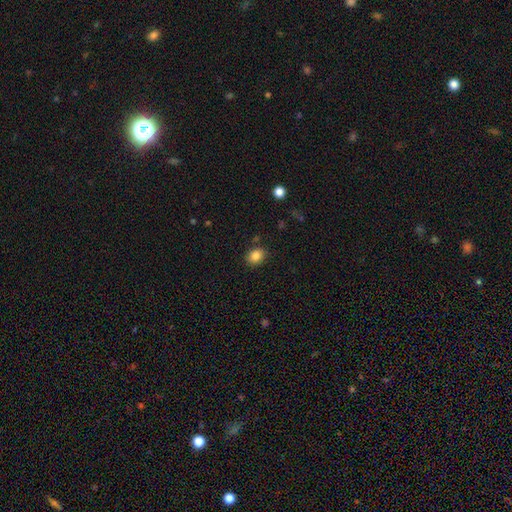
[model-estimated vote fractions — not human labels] smooth-or-featured: smooth: 84% | star or artifact: 10% | featured or disk: 6%
  how-rounded: round: 50% (tied) | in between: 50% (tied) | cigar-shaped: 1%
  merging: none: 85% | minor disturbance: 10% | major disturbance: 3% | merger: 2%